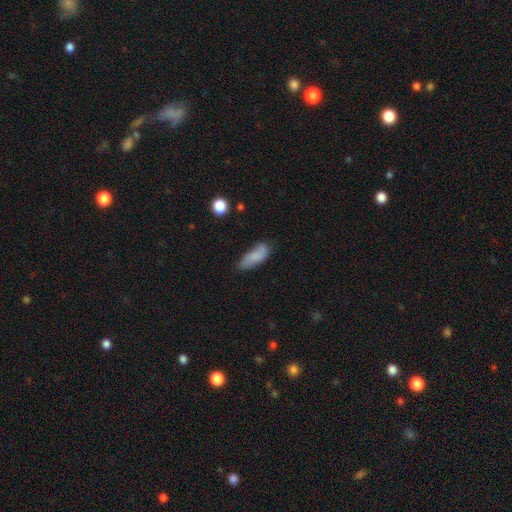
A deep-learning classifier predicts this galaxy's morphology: Smooth or featured? Predicted: smooth (p=0.77). How rounded? Predicted: in between (p=0.74). Merging? Predicted: none (p=0.56).